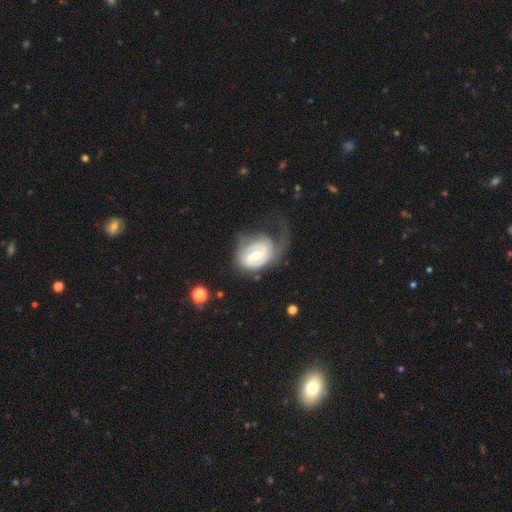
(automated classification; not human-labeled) A featured or disk galaxy (80%) with a weak bar (53%), 2 (54%) tight (48%) spiral arms (90%) and a moderate central bulge (62%).

Vote fractions:
- Smooth or featured? featured or disk: 80% / smooth: 15% / star or artifact: 5%
- Edge-on disk? no: 97% / yes: 3%
- Bar? weak: 53% / strong: 24% / no: 24%
- Spiral arms? yes: 90% / no: 10%
- Spiral winding? tight: 48% / medium: 35% / loose: 17%
- Spiral arm count? 2: 54% / 1: 20% / can't tell: 18% / 3: 5% / 4: 2% / more than 4: 2%
- Bulge size? moderate: 62% / small: 28% / large: 7% / none: 2% / dominant: 1%
- Merging? major disturbance: 39% / none: 34% / minor disturbance: 25% / merger: 2%